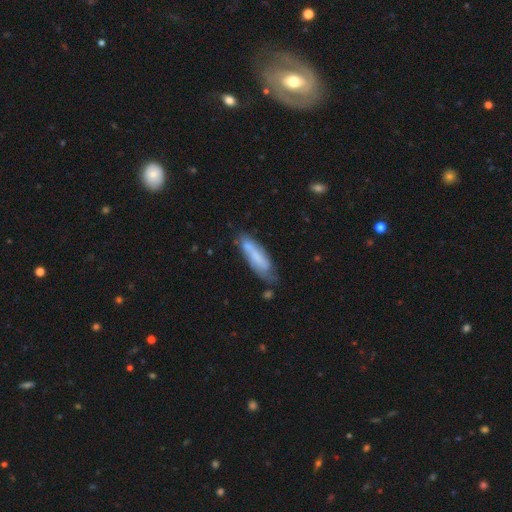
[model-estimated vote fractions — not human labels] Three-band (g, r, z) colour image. It shows a smooth galaxy with no disk features (51%) that is cigar-shaped (62%). Merging: none (56%).